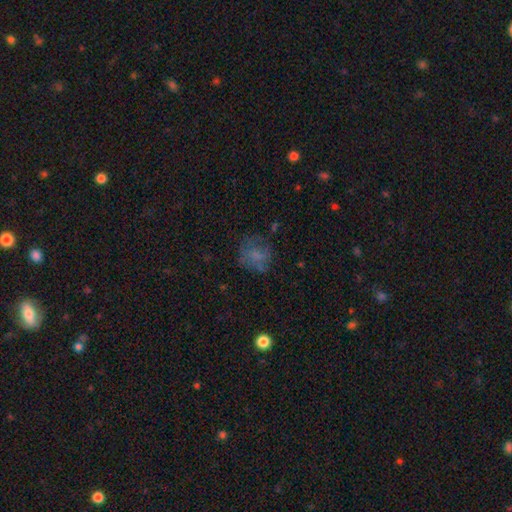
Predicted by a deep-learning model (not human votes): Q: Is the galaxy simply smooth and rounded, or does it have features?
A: smooth — 59%.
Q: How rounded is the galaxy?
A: round — 75%.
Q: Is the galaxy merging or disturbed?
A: none — 59%.